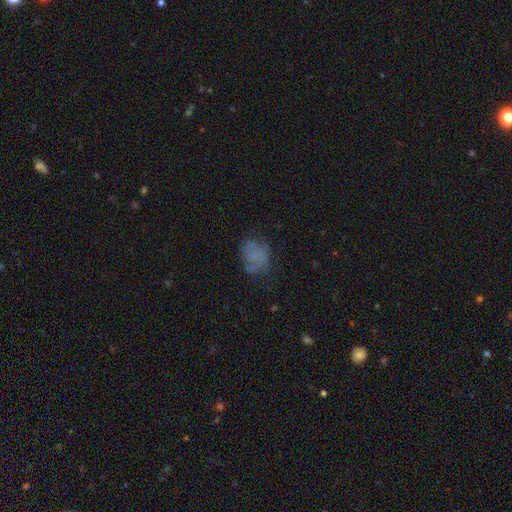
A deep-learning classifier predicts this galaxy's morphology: Smooth or featured: smooth — 60% (featured or disk — 26%)
How rounded: in between — 54% (round — 45%)
Merging: none — 57% (minor disturbance — 26%)